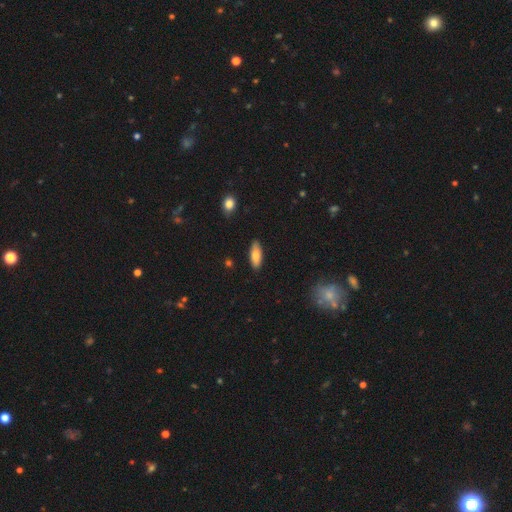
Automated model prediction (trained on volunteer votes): Smooth or featured?
  - smooth: 79% *
  - featured or disk: 15%
  - star or artifact: 7%
How rounded?
  - in between: 71% *
  - cigar-shaped: 27%
  - round: 2%
Merging?
  - none: 87% *
  - minor disturbance: 10%
  - major disturbance: 2%
  - merger: 1%